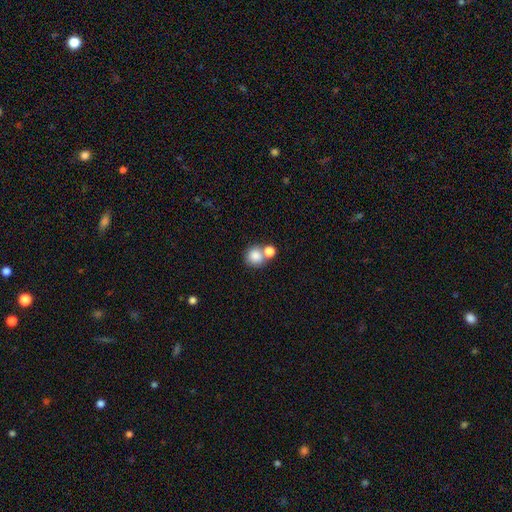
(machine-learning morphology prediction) smooth_or_featured: smooth (p=0.82) [alt: star or artifact p=0.10]
how_rounded: round (p=0.87) [alt: in between p=0.12]
merging: none (p=0.50) [alt: merger p=0.38]